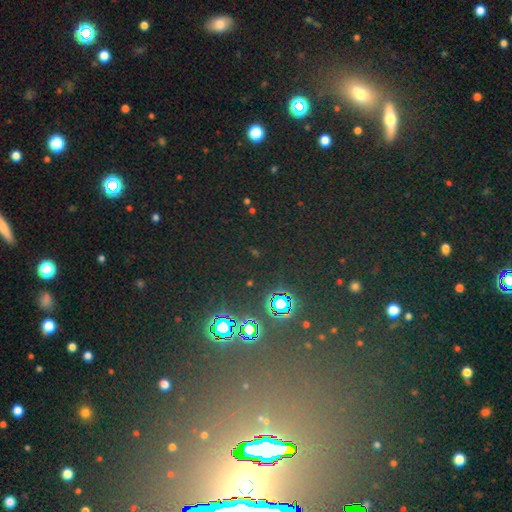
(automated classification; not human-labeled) Morphology: type=star or artifact (66%).